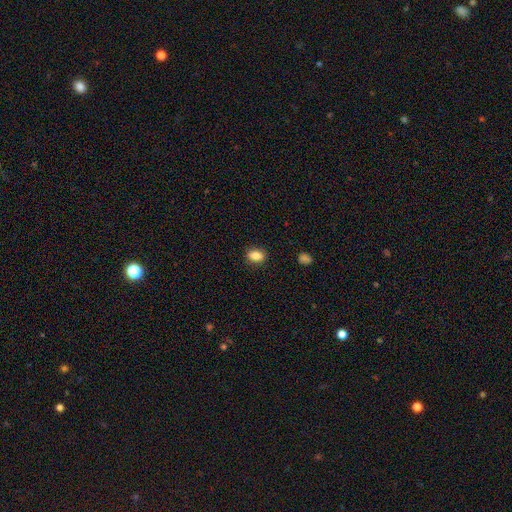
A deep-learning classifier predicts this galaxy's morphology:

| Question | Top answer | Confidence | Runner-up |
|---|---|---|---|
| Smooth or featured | smooth | 85% | star or artifact (9%) |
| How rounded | in between | 76% | round (22%) |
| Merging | none | 87% | minor disturbance (9%) |